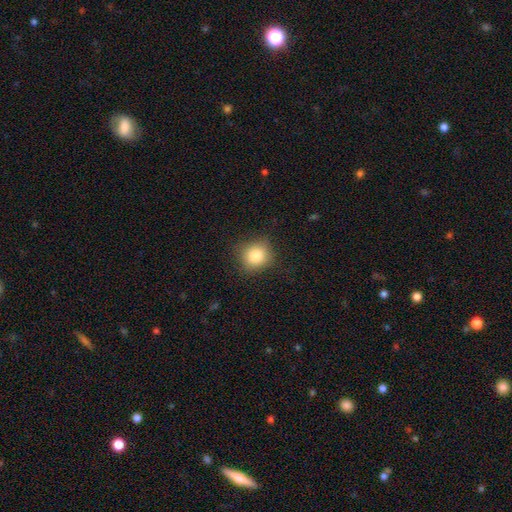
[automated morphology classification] The model was most divided on "how rounded": round: 84%, in between: 15%, cigar-shaped: 1%. More confident: merging — none (84%); smooth or featured — smooth (81%).